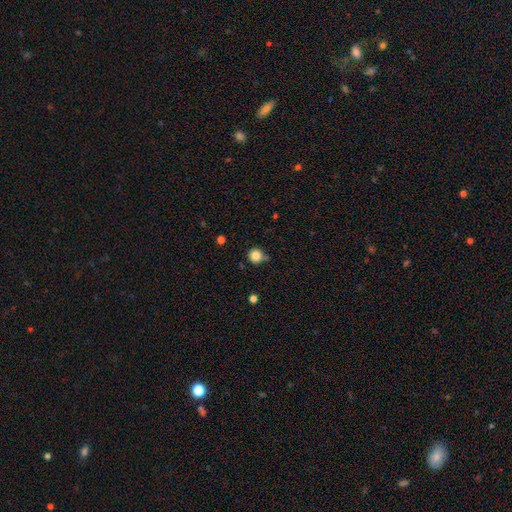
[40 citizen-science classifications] Volunteers were most divided on "merging": none: 69%, minor disturbance: 17%, major disturbance: 9%, merger: 6%. More confident: how rounded — round (97%); smooth or featured — smooth (85%).